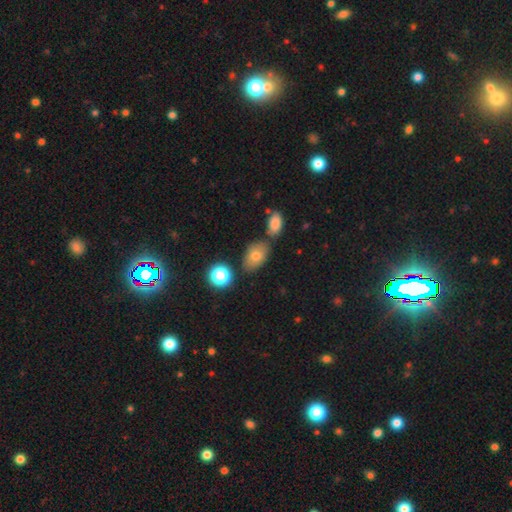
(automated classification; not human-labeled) Smooth or featured? smooth (75%)
How rounded? in between (85%)
Merging? none (67%)